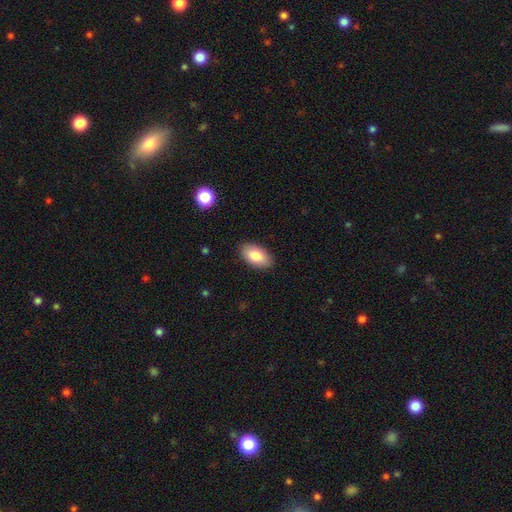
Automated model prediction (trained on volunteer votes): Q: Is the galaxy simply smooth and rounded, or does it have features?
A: smooth — 84%.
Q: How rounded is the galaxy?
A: in between — 95%.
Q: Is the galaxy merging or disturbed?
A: none — 88%.